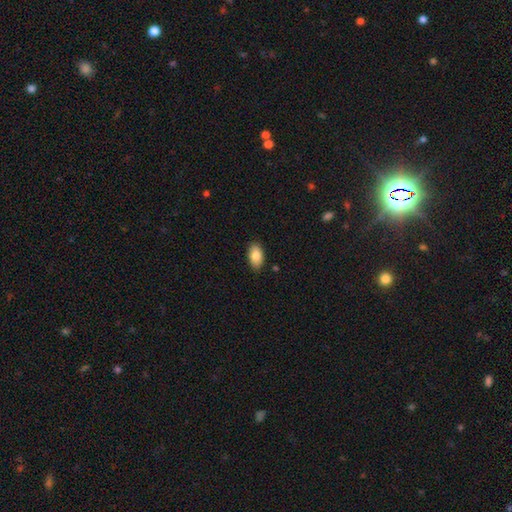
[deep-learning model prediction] A smooth galaxy with no disk features (86%) that is in between round and cigar-shaped (94%). Merging: none (88%).